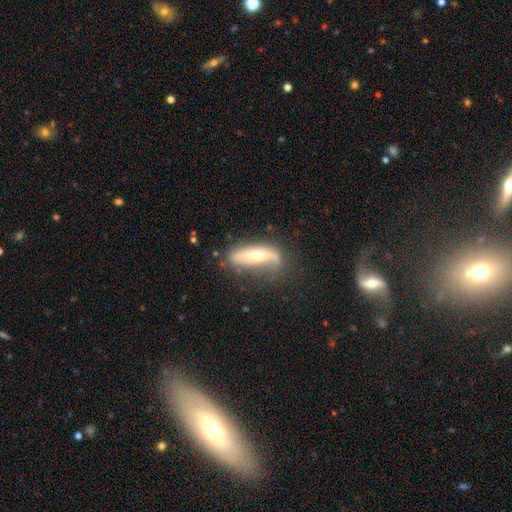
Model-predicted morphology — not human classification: This appears to be a featured or disk galaxy (51%). Merging: none (53%).